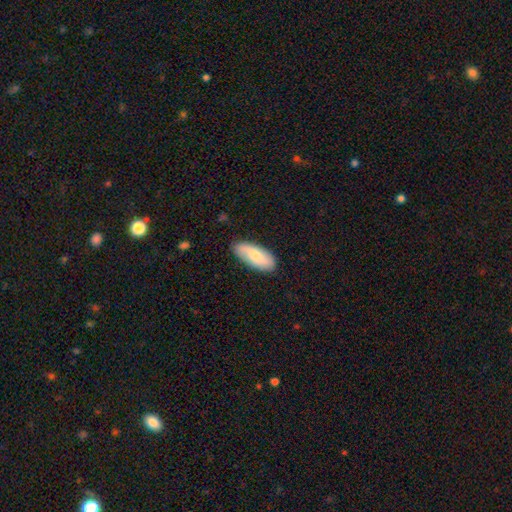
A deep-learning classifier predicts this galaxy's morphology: Smooth or featured: smooth — 69% (featured or disk — 26%)
How rounded: in between — 83% (cigar-shaped — 15%)
Merging: none — 85% (minor disturbance — 12%)